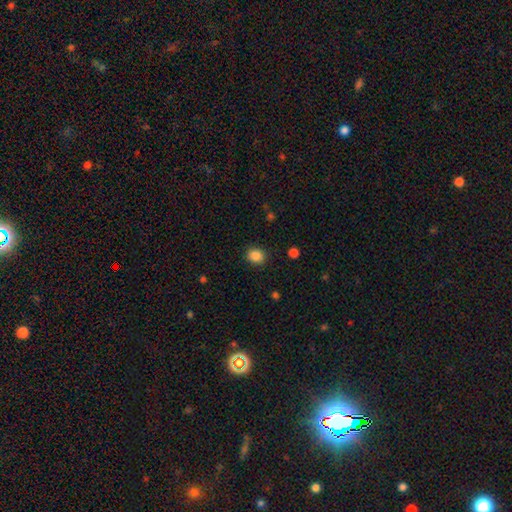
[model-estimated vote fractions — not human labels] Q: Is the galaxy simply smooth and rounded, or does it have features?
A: smooth — 86%.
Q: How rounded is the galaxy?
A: round — 74%.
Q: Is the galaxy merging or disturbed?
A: none — 88%.